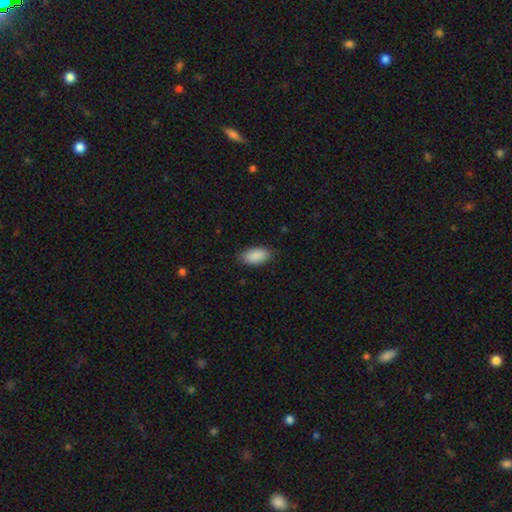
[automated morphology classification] Smooth or featured? smooth (90%)
How rounded? in between (94%)
Merging? none (87%)